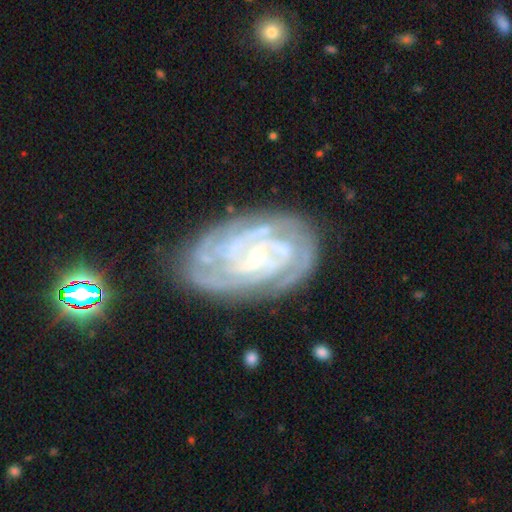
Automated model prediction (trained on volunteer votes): Overall: featured or disk (88%). Edge-on disk: no (97%). Bar: no (46%; weak 39%). Spiral arms: yes (96%). Spiral arm count: can't tell (28%; 3 22%). Spiral winding: tight (73%). Bulge size: small (74%). Merging: none (72%).